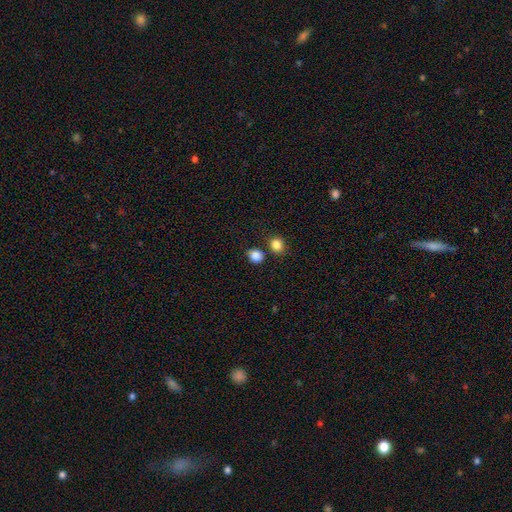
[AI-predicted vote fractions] This appears to be a smooth galaxy with no disk features (86%) that is round (71%). Merging: none (72%).